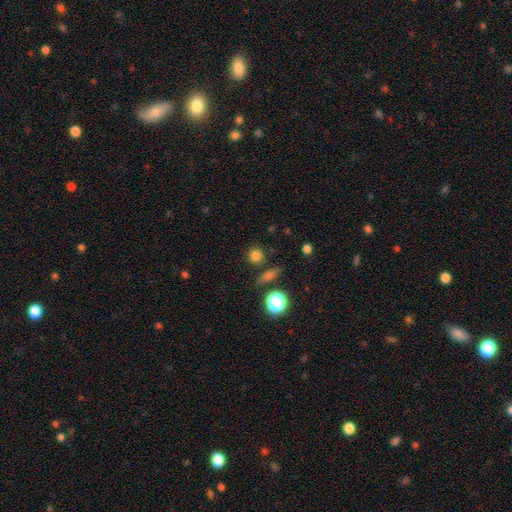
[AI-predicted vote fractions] This is likely a smooth galaxy (77%). How rounded: clearly round (87%). Merging: likely none (80%).